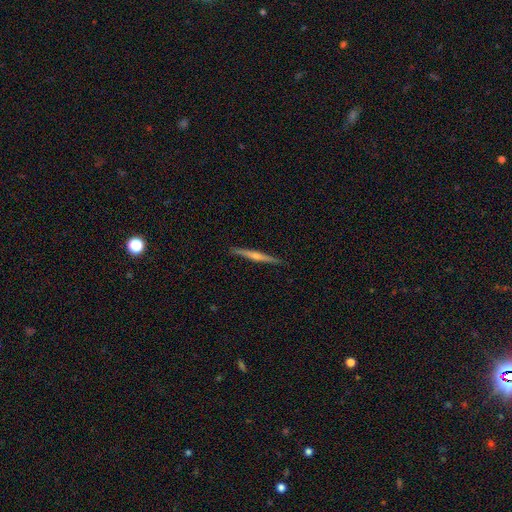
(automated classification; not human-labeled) The model was most divided on "smooth or featured": featured or disk: 71%, smooth: 22%, star or artifact: 8%. More confident: edge-on disk — yes (97%); merging — none (91%); edge-on bulge — rounded (73%).